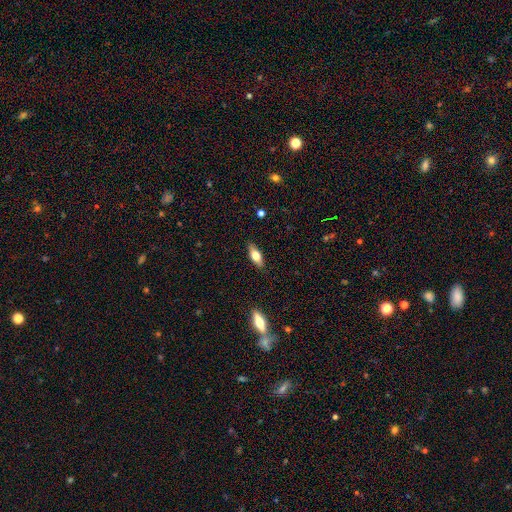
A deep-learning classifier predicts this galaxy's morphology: smooth_or_featured: smooth (p=0.70) [alt: featured or disk p=0.23]
how_rounded: in between (p=0.73) [alt: cigar-shaped p=0.24]
merging: none (p=0.87) [alt: minor disturbance p=0.10]